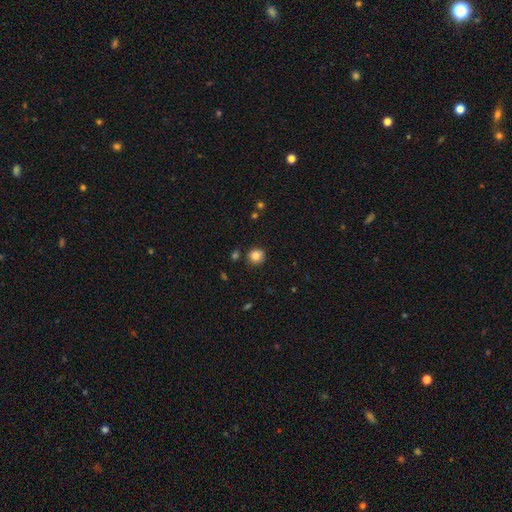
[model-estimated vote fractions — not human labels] A smooth galaxy with no disk features (83%) that is round (88%). Merging: none (84%).